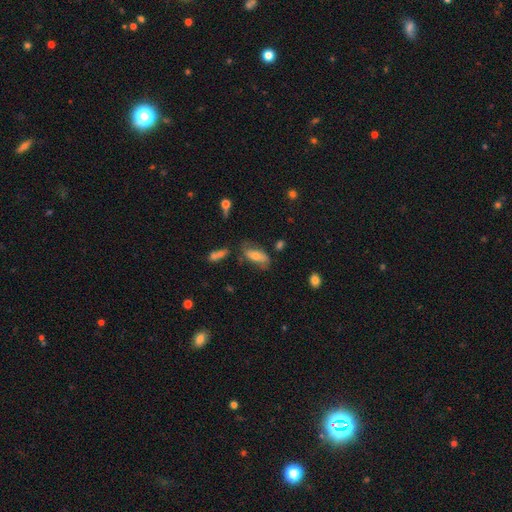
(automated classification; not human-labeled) Q: Smooth or featured?
A: smooth (55%); runner-up: featured or disk (35%)
Q: How rounded?
A: in between (76%); runner-up: cigar-shaped (21%)
Q: Merging?
A: none (58%); runner-up: minor disturbance (25%)